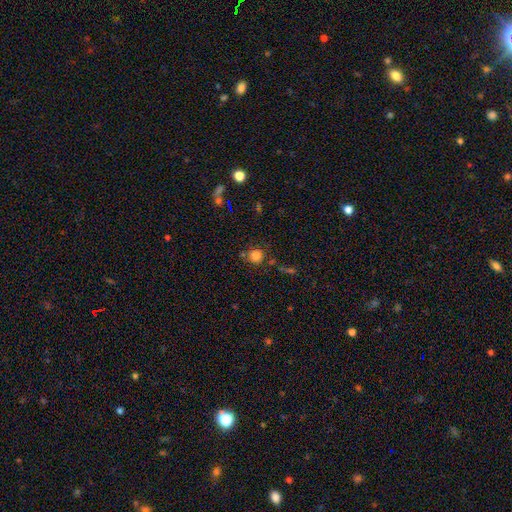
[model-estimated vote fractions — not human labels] Overall: smooth (81%). How rounded: round (91%). Merging: none (74%).